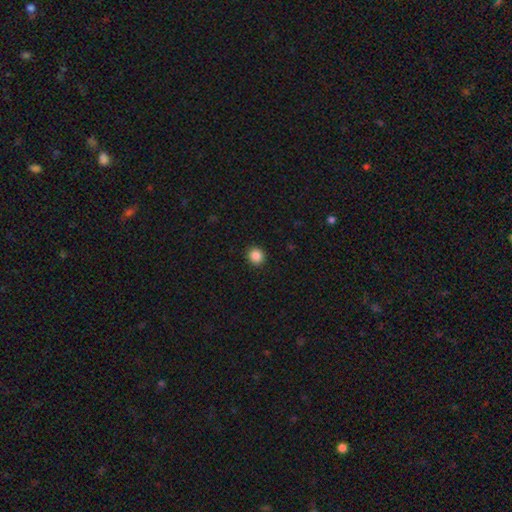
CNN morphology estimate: Q: Smooth or featured?
A: smooth (87%); runner-up: star or artifact (10%)
Q: How rounded?
A: round (87%); runner-up: in between (12%)
Q: Merging?
A: none (92%); runner-up: minor disturbance (5%)